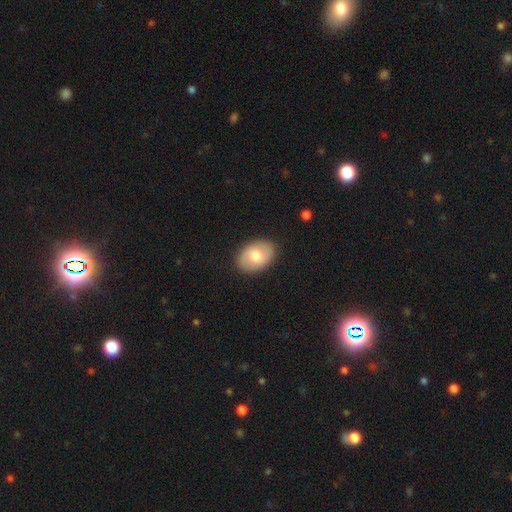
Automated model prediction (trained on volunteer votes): This appears to be a smooth galaxy with no disk features (65%) that is in between round and cigar-shaped (82%). Merging: none (87%).